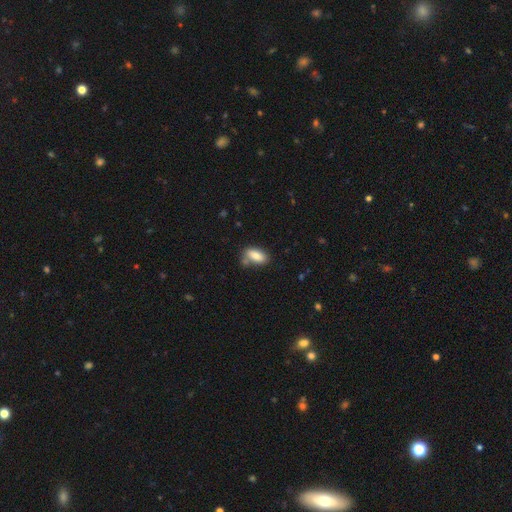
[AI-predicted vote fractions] Smooth or featured? Predicted: smooth (p=0.82). How rounded? Predicted: in between (p=0.88). Merging? Predicted: none (p=0.59).